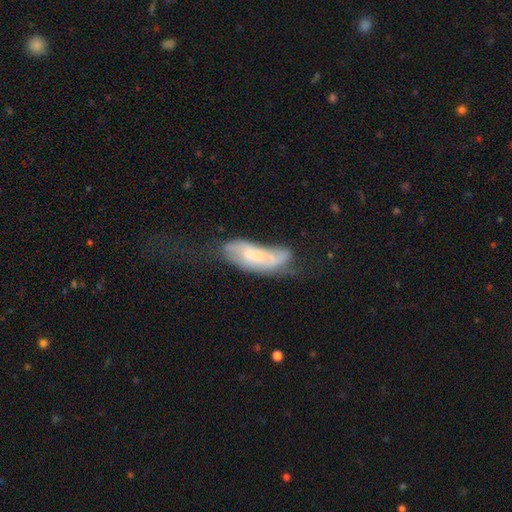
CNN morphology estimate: type=featured or disk (50%); merging=major disturbance (32%).